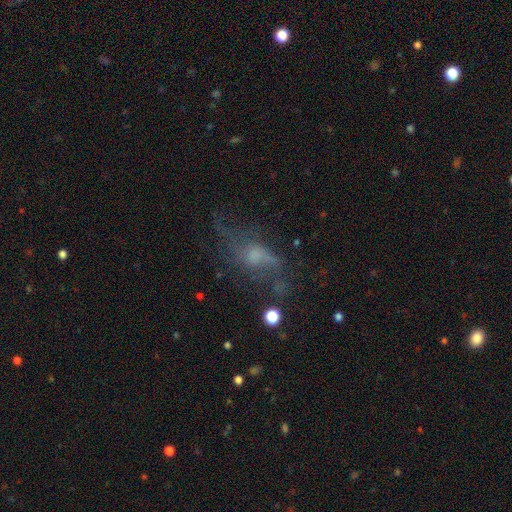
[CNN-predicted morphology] Smooth or featured?
  - featured or disk: 50% *
  - smooth: 30%
  - star or artifact: 20%
Edge-on disk?
  - no: 86% *
  - yes: 14%
Merging?
  - none: 44% *
  - major disturbance: 31%
  - minor disturbance: 20%
  - merger: 4%